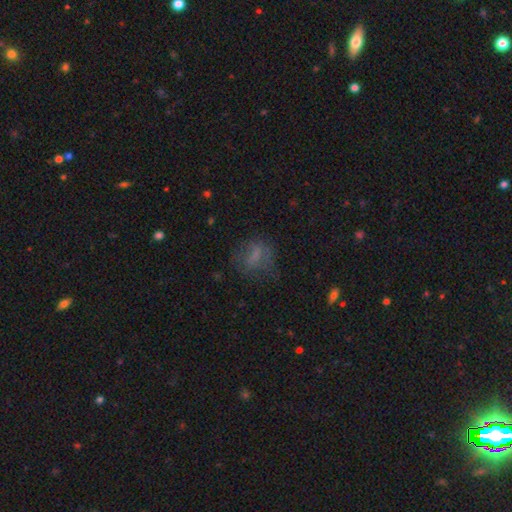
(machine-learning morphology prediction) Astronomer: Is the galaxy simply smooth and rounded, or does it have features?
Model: smooth — 57%.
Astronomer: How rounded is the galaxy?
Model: round — 49% (runner-up: in between, 47%).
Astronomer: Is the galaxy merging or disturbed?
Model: none — 54%.